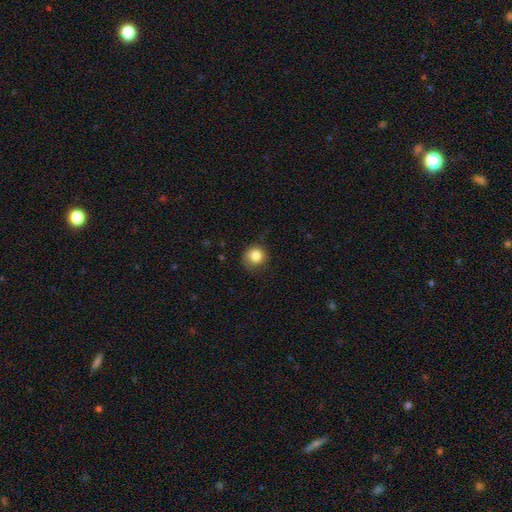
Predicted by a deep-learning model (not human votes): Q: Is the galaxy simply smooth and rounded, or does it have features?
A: smooth — 84%.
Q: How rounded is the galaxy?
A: round — 88%.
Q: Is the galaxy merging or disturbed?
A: none — 74%.